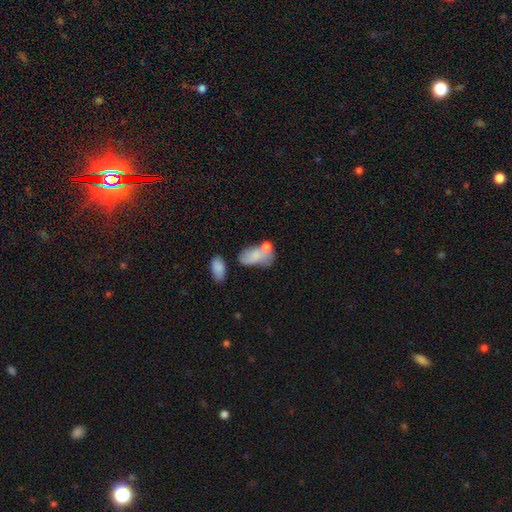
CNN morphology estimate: smooth 72%, featured or disk 19%, star or artifact 8%. Down the decision tree: how rounded — in between (92%); merging — none (33%).